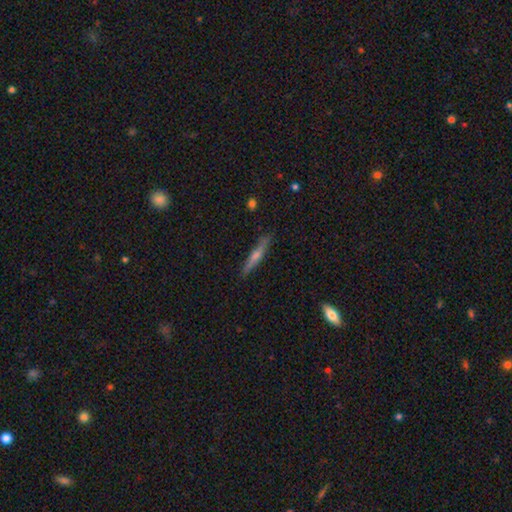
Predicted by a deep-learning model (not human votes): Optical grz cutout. It shows a featured or disk galaxy (53%) viewed edge-on (96%) with a rounded central bulge (73%). Merging: none (89%).